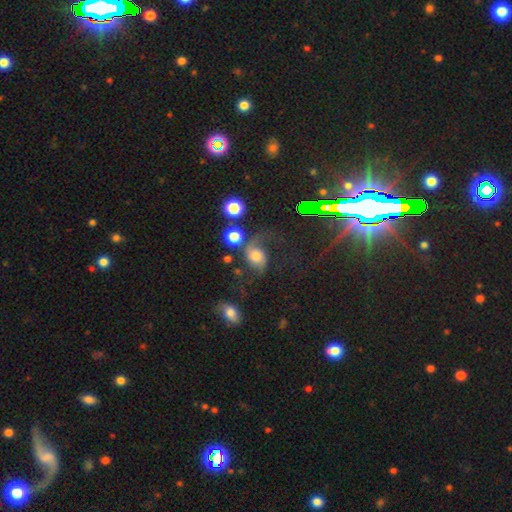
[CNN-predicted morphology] This appears to be a featured or disk galaxy (48%). Merging: none (37%).